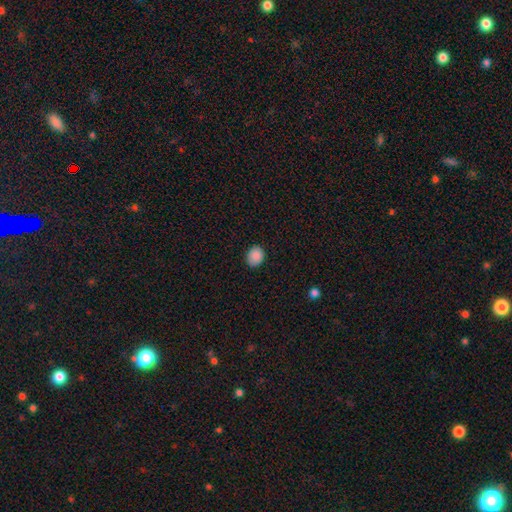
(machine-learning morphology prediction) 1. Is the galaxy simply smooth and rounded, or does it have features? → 88% smooth, 9% star or artifact, 3% featured or disk.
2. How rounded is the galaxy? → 61% round, 38% in between, 1% cigar-shaped.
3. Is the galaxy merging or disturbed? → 86% none, 11% minor disturbance, 2% major disturbance, 1% merger.